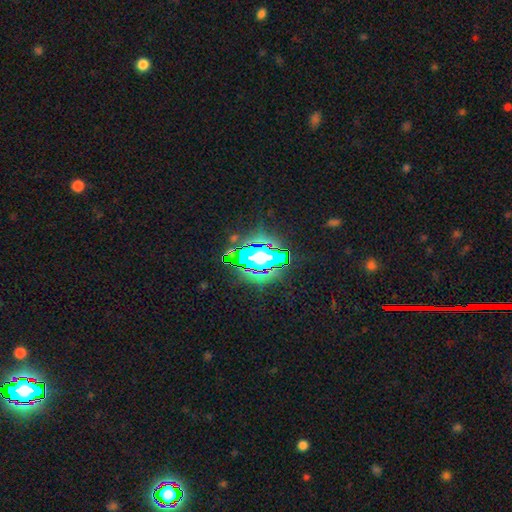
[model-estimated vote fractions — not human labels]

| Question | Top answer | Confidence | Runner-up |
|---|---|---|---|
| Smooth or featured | star or artifact | 57% | smooth (27%) |